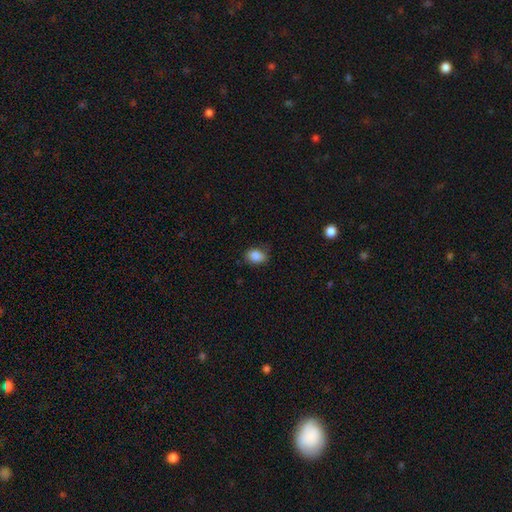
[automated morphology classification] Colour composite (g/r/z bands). It shows a smooth galaxy with no disk features (86%) that is in between round and cigar-shaped (72%). Merging: none (78%).